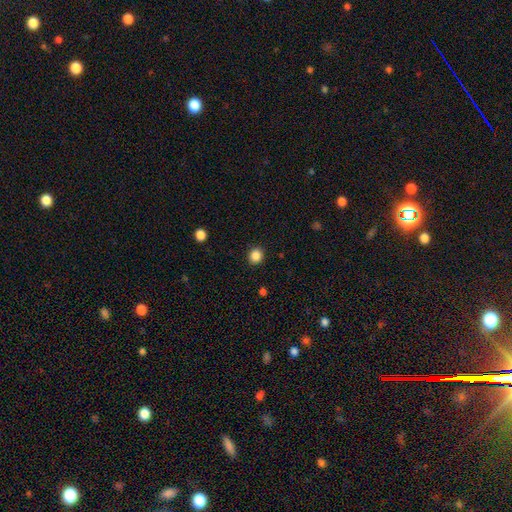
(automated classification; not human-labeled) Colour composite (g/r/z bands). It shows a smooth galaxy with no disk features (87%) that is round (80%). Merging: none (91%).